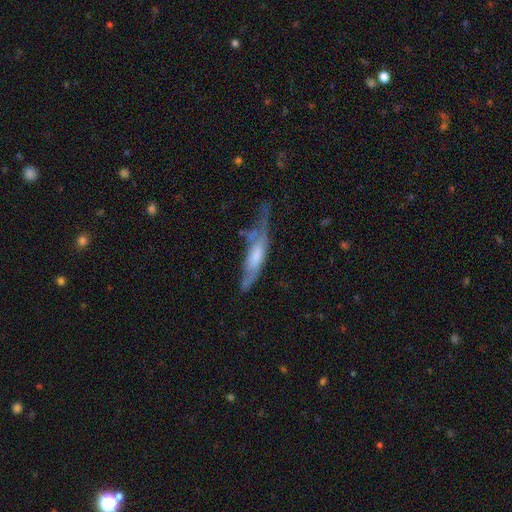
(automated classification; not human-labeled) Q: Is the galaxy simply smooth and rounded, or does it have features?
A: featured or disk — 53%.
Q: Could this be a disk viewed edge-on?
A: yes — 58%.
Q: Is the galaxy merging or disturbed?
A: none — 35%.